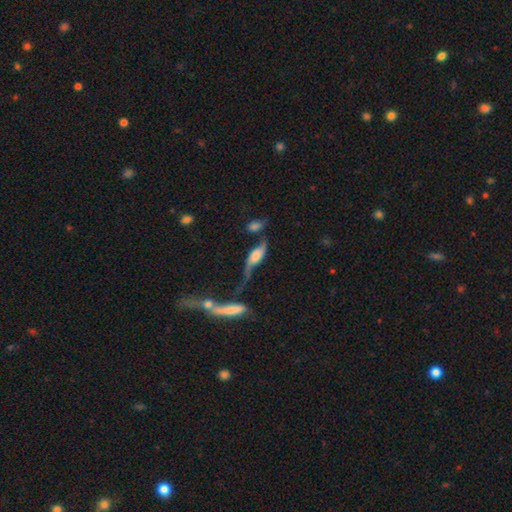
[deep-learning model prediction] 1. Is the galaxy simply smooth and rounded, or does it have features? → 61% featured or disk, 30% smooth, 9% star or artifact.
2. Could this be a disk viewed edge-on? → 76% no, 24% yes.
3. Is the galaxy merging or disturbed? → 31% merger, 30% none, 20% major disturbance, 18% minor disturbance.